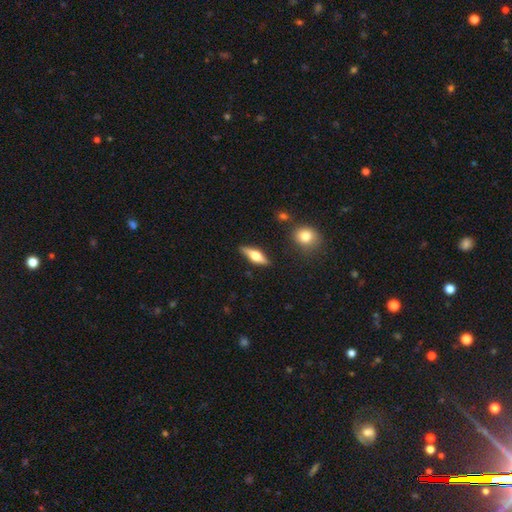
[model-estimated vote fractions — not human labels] Morphology: type=featured or disk (53%); edge-on=yes (92%); merging=none (85%).